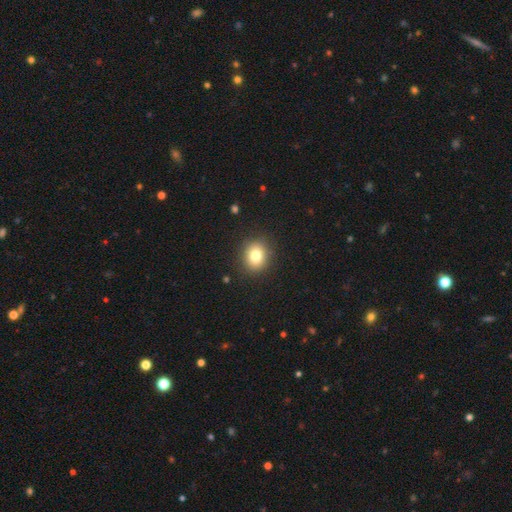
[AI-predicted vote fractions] Morphology: type=smooth (80%); roundness=round (72%); merging=none (89%).